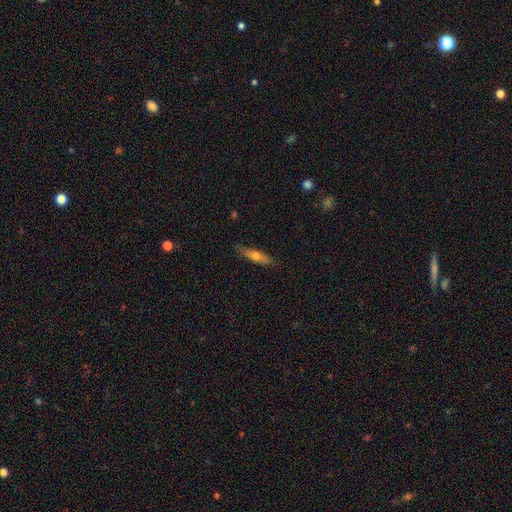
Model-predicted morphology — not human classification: This is possibly a smooth galaxy (56%). How rounded: likely cigar-shaped (70%). Merging: clearly none (83%).